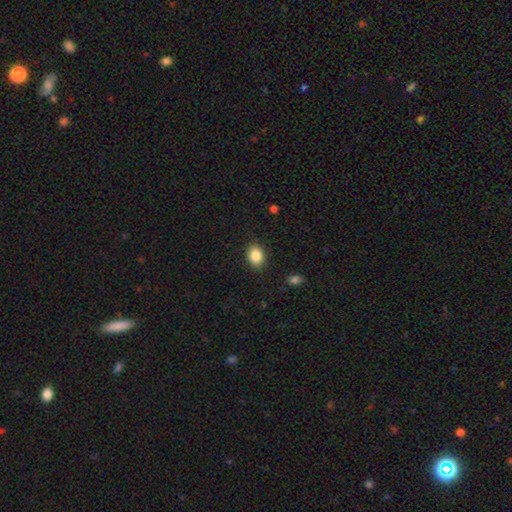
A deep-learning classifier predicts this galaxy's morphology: A smooth galaxy with no disk features (86%) that is in between round and cigar-shaped (68%).

Vote fractions:
- Smooth or featured? smooth: 86% / star or artifact: 8% / featured or disk: 5%
- How rounded? in between: 68% / round: 31% / cigar-shaped: 1%
- Merging? none: 88% / minor disturbance: 9% / major disturbance: 2% / merger: 1%